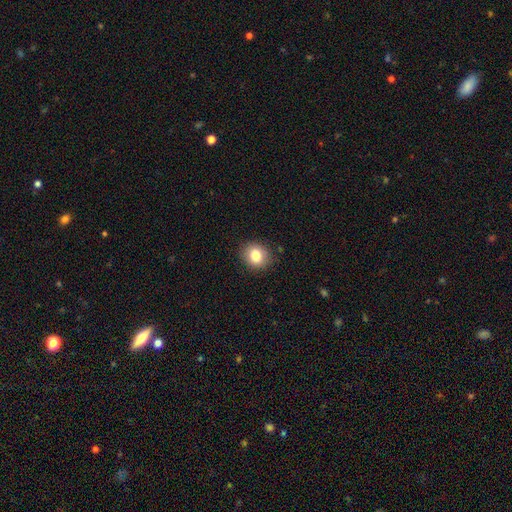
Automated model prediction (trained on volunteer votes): Smooth or featured?
  - smooth: 82% *
  - star or artifact: 10%
  - featured or disk: 8%
How rounded?
  - round: 70% *
  - in between: 29%
  - cigar-shaped: 1%
Merging?
  - none: 87% *
  - minor disturbance: 10%
  - major disturbance: 2%
  - merger: 1%